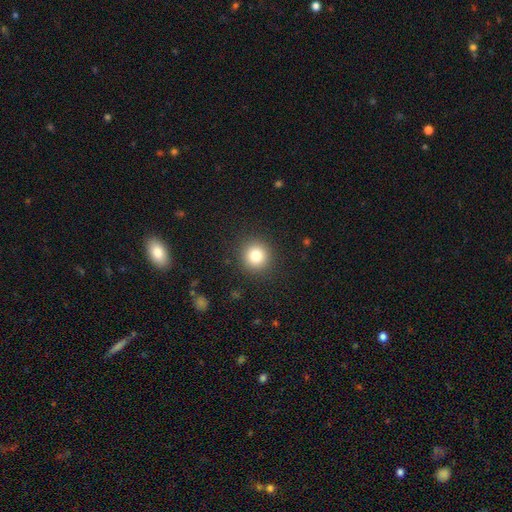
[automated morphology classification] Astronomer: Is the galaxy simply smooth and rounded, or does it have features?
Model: smooth — 81%.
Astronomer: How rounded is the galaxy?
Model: round — 93%.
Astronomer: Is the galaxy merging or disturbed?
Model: none — 91%.